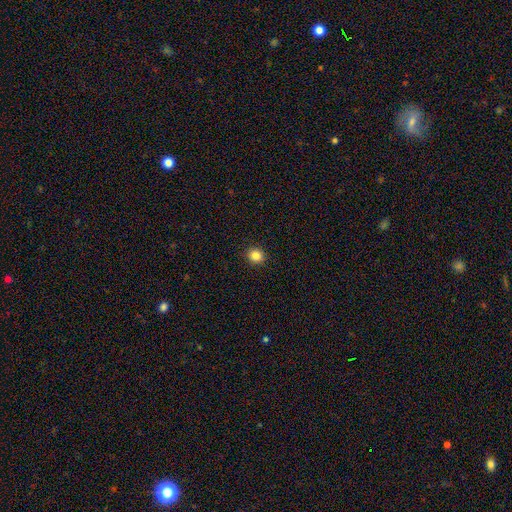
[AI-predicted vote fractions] A smooth galaxy with no disk features (84%) that is round (88%).

Vote fractions:
- Smooth or featured? smooth: 84% / star or artifact: 11% / featured or disk: 4%
- How rounded? round: 88% / in between: 11% / cigar-shaped: 1%
- Merging? none: 93% / minor disturbance: 5% / major disturbance: 2% / merger: 1%